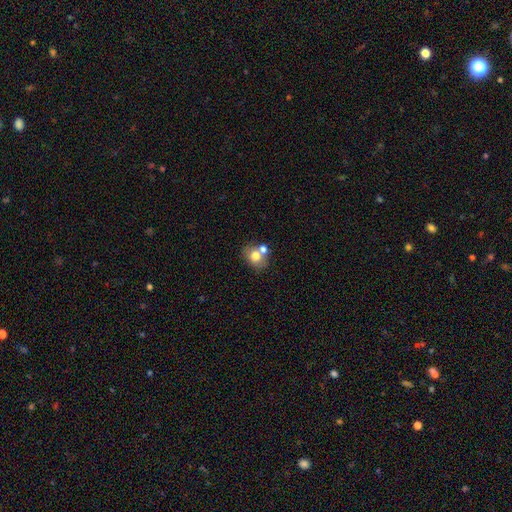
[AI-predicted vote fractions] Q: Smooth or featured?
A: smooth (74%); runner-up: featured or disk (16%)
Q: How rounded?
A: round (59%); runner-up: in between (40%)
Q: Merging?
A: none (54%); runner-up: merger (31%)